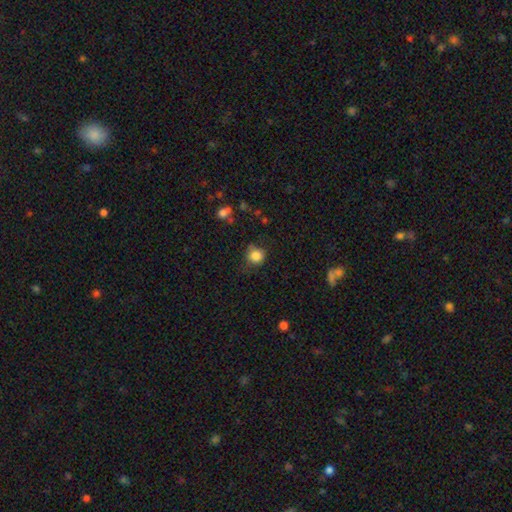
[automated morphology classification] A smooth galaxy with no disk features (84%) that is round (88%).

Vote fractions:
- Smooth or featured? smooth: 84% / star or artifact: 11% / featured or disk: 5%
- How rounded? round: 88% / in between: 11% / cigar-shaped: 1%
- Merging? none: 70% / minor disturbance: 21% / major disturbance: 6% / merger: 3%